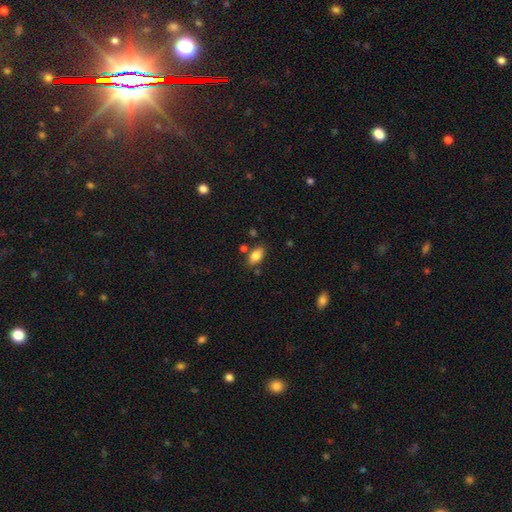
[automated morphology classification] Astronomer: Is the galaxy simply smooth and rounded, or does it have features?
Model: smooth — 82%.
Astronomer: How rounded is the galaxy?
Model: in between — 91%.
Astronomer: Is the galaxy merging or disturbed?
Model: none — 77%.